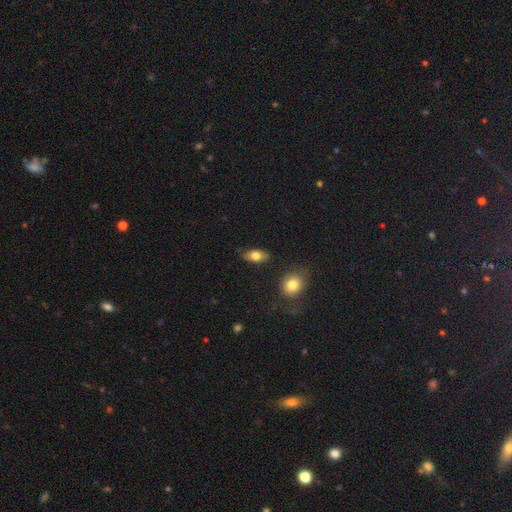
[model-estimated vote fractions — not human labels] smooth_or_featured: smooth (p=0.76) [alt: featured or disk p=0.16]
how_rounded: in between (p=0.86) [alt: round p=0.07]
merging: none (p=0.83) [alt: minor disturbance p=0.12]